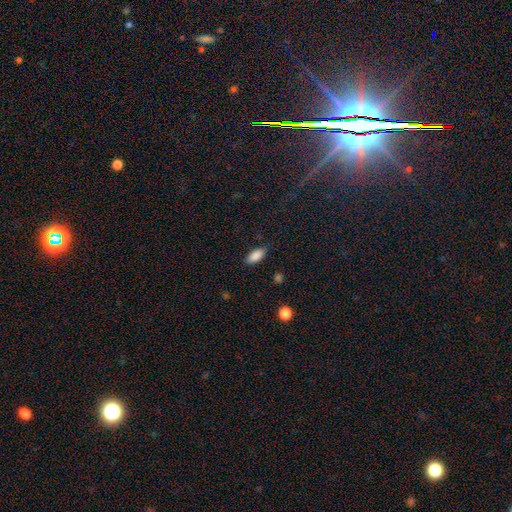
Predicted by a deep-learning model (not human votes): Smooth or featured? smooth (88%)
How rounded? in between (89%)
Merging? none (84%)